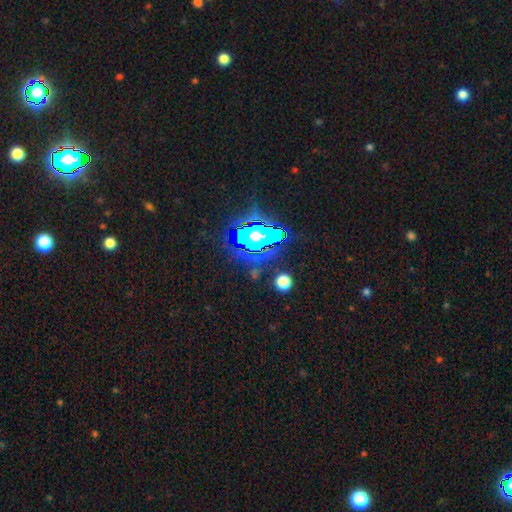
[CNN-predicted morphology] Smooth or featured? Predicted: star or artifact (p=0.81).